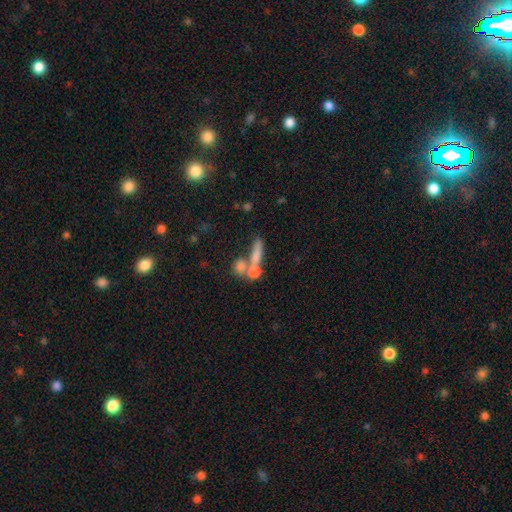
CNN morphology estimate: Q: Smooth or featured?
A: smooth (66%); runner-up: featured or disk (22%)
Q: How rounded?
A: cigar-shaped (50%); runner-up: in between (31%)
Q: Merging?
A: merger (43%); runner-up: none (38%)